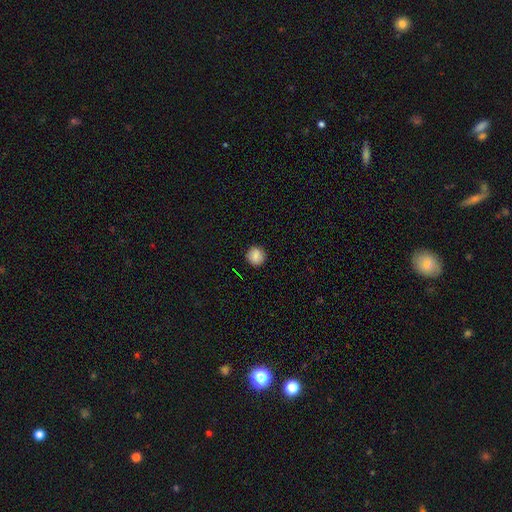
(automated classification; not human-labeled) A smooth galaxy with no disk features (84%) that is round (90%). Merging: none (89%).